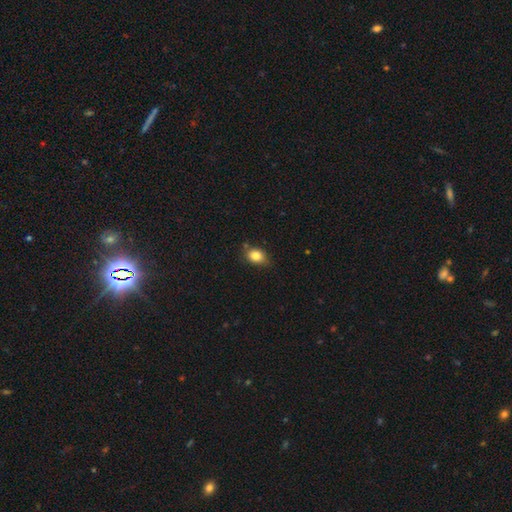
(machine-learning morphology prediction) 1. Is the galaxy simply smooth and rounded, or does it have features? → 82% smooth, 10% star or artifact, 8% featured or disk.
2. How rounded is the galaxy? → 60% in between, 38% round, 2% cigar-shaped.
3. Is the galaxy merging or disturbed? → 69% none, 23% minor disturbance, 4% major disturbance, 4% merger.